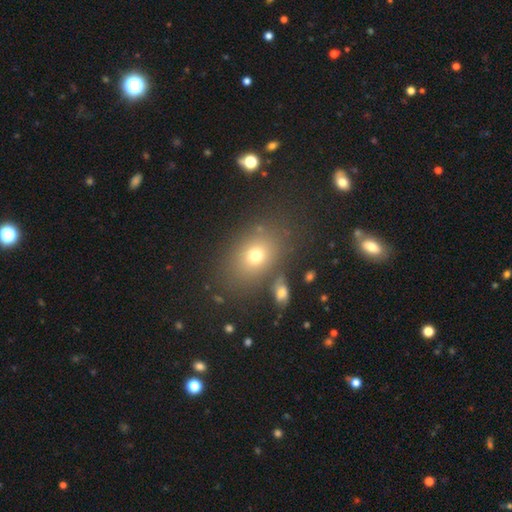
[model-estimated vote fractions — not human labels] Q: Smooth or featured?
A: smooth (71%); runner-up: star or artifact (16%)
Q: How rounded?
A: in between (65%); runner-up: round (33%)
Q: Merging?
A: none (76%); runner-up: minor disturbance (11%)